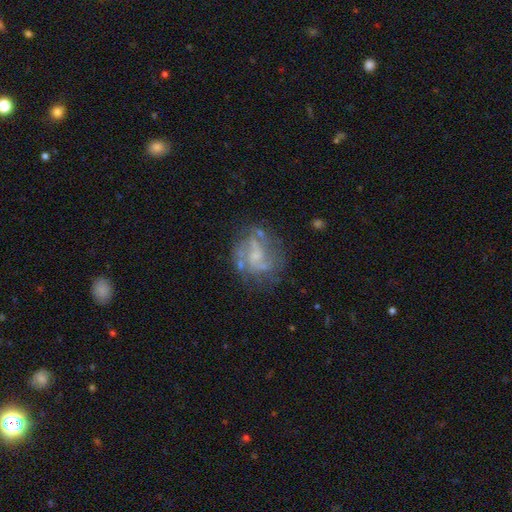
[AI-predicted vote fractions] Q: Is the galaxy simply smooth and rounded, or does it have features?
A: featured or disk — 74%.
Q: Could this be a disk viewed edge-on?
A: no — 98%.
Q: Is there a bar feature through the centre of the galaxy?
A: no — 55%.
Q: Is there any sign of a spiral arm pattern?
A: yes — 73%.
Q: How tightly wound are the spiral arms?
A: medium — 45%.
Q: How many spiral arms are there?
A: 2 — 46%.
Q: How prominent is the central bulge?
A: small — 41%.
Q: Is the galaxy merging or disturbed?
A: none — 59%.